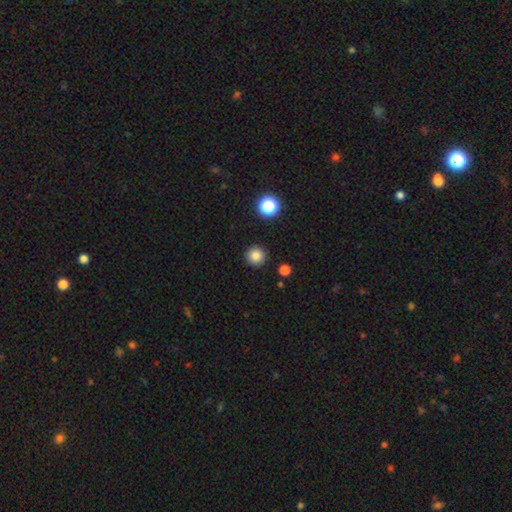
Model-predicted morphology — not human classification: Smooth or featured: smooth — 83% (star or artifact — 12%)
How rounded: round — 96% (in between — 3%)
Merging: none — 92% (minor disturbance — 5%)